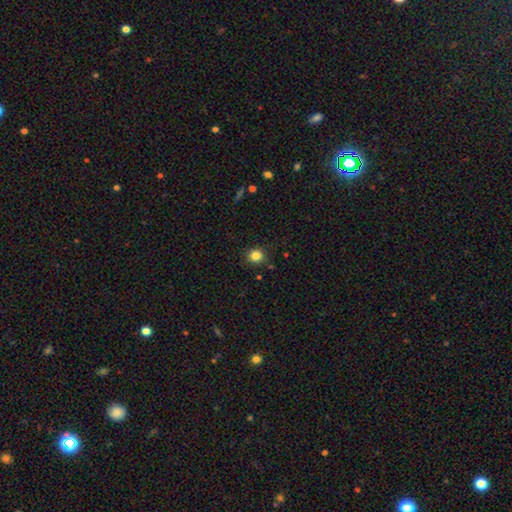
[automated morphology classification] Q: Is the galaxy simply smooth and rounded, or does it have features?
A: smooth — 83%.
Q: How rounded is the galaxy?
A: round — 87%.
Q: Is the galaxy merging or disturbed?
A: none — 88%.